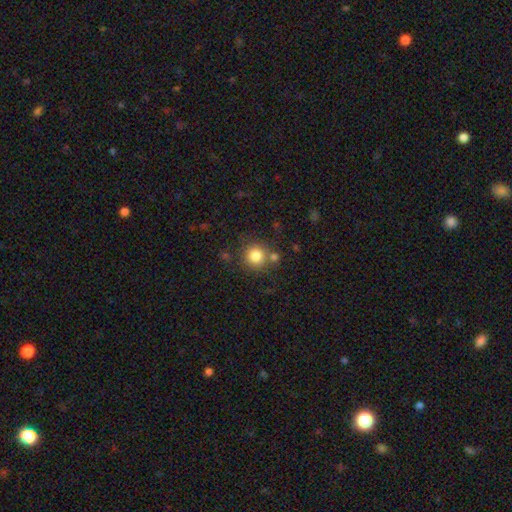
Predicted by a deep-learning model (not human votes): Morphology: type=smooth (82%); roundness=round (93%); merging=none (73%).